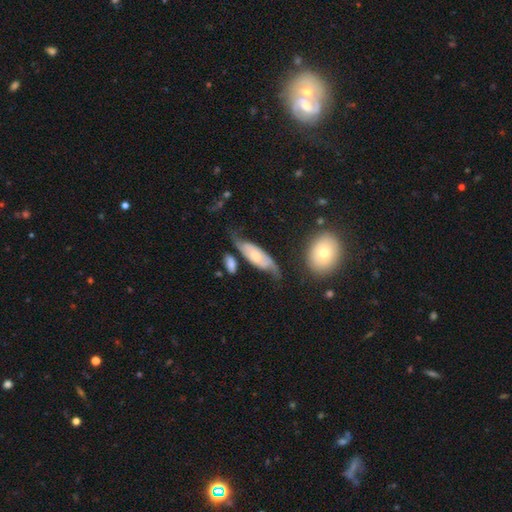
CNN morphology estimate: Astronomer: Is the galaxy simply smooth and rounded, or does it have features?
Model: featured or disk — 66%.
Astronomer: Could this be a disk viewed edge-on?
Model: no — 83%.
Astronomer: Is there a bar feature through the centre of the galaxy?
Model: no — 63%.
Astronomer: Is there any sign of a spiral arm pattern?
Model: yes — 88%.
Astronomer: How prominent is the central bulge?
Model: small — 48% (runner-up: moderate, 39%).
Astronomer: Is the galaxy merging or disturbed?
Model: none — 48% (runner-up: minor disturbance, 27%).